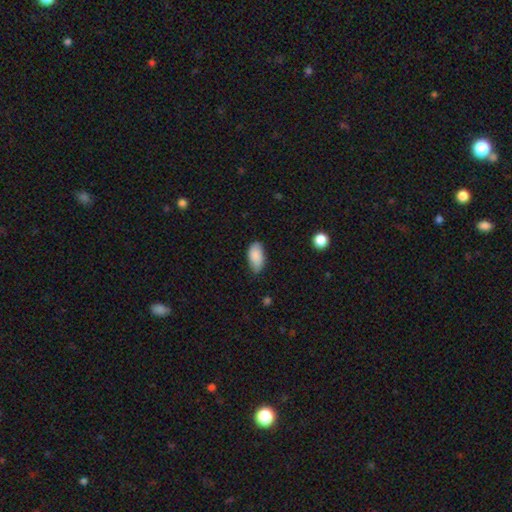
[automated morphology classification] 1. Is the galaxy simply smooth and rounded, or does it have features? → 86% smooth, 8% featured or disk, 7% star or artifact.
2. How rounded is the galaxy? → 94% in between, 3% cigar-shaped, 3% round.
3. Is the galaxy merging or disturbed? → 71% none, 24% minor disturbance, 3% major disturbance, 1% merger.